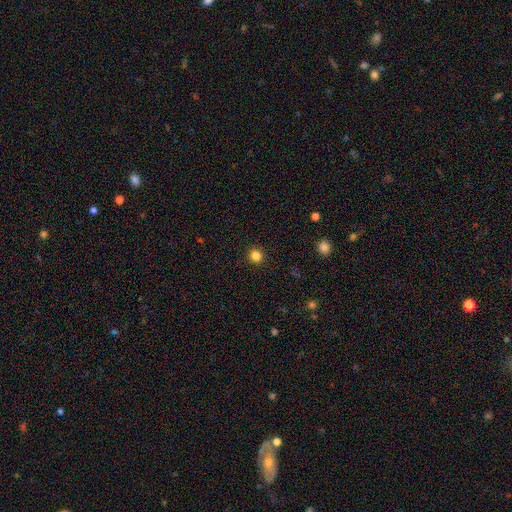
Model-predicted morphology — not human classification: smooth 83%, star or artifact 13%, featured or disk 4%. Down the decision tree: how rounded — round (92%); merging — none (92%).